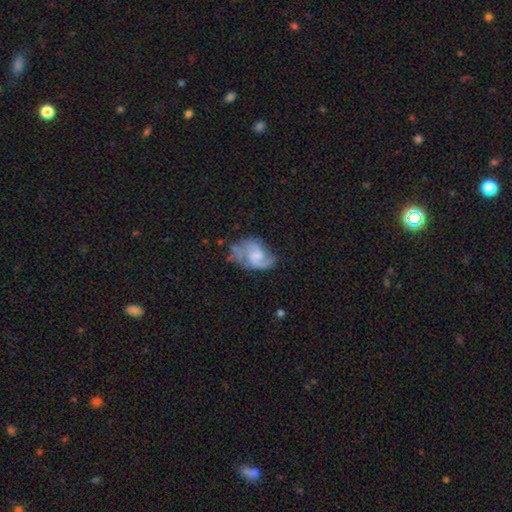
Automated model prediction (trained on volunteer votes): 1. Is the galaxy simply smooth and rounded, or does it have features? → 72% featured or disk, 22% smooth, 7% star or artifact.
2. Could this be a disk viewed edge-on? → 98% no, 2% yes.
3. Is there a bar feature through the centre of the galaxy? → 47% weak, 45% no, 8% strong.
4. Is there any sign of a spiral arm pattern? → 87% yes, 13% no.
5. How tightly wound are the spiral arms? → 47% medium, 32% loose, 21% tight.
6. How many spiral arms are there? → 69% 2, 12% can't tell, 12% 1, 4% 3, 1% 4, 1% more than 4.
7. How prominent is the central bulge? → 35% small, 31% moderate, 26% none, 7% large, 1% dominant.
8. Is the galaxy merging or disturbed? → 43% none, 28% minor disturbance, 24% major disturbance, 5% merger.